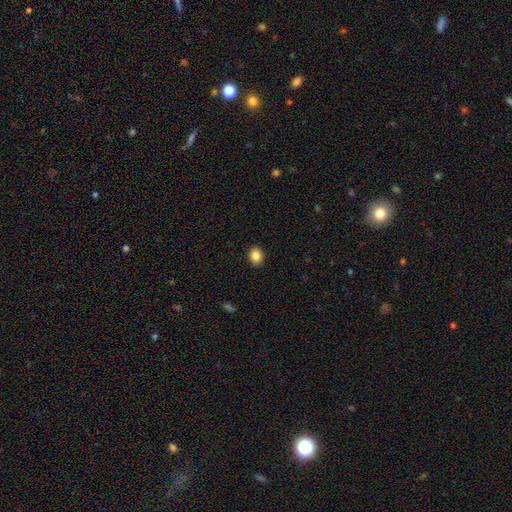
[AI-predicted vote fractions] Overall: smooth (86%). How rounded: in between (54%; round 45%). Merging: none (91%).